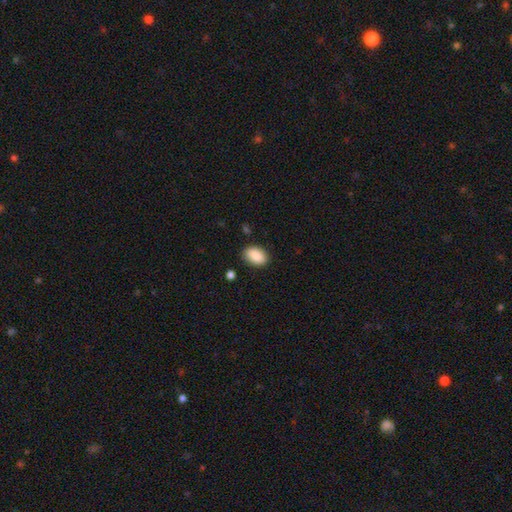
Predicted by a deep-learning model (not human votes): A smooth galaxy with no disk features (89%) that is in between round and cigar-shaped (88%). Merging: none (85%).